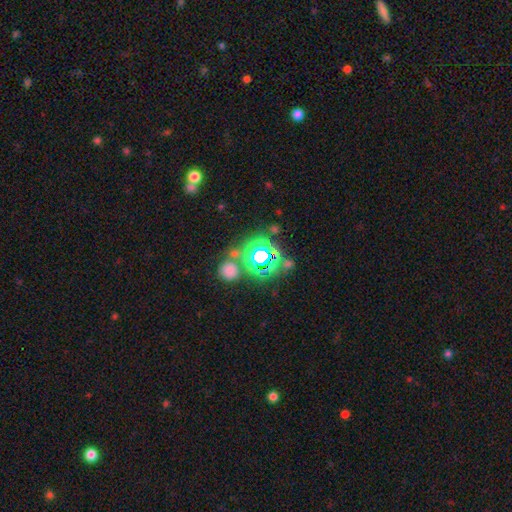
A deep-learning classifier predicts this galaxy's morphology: smooth-or-featured: star or artifact: 63% | smooth: 26% | featured or disk: 10%